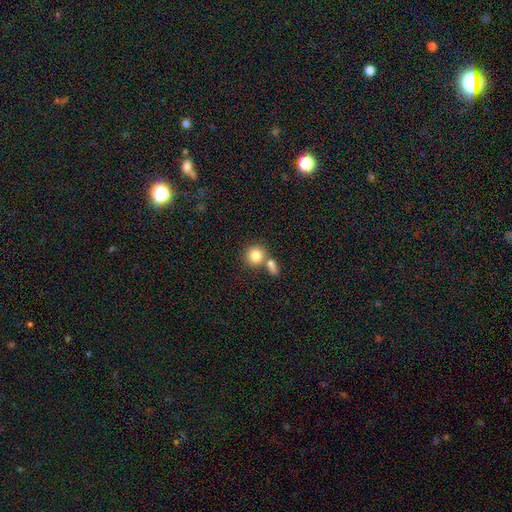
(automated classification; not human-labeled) smooth_or_featured: smooth (p=0.82) [alt: featured or disk p=0.09]
how_rounded: round (p=0.86) [alt: in between p=0.13]
merging: none (p=0.53) [alt: merger p=0.35]